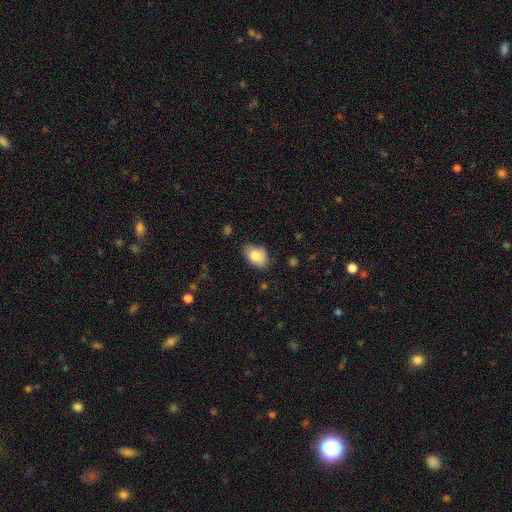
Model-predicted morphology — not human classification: This appears to be a smooth galaxy with no disk features (80%) that is in between round and cigar-shaped (86%). Merging: none (67%).